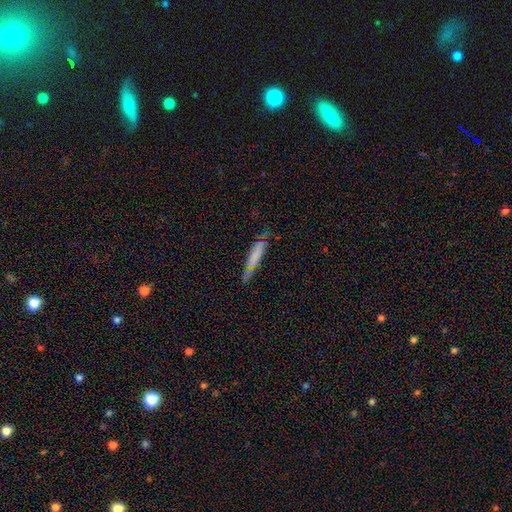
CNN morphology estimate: type=smooth (68%); roundness=cigar-shaped (84%); merging=none (58%).